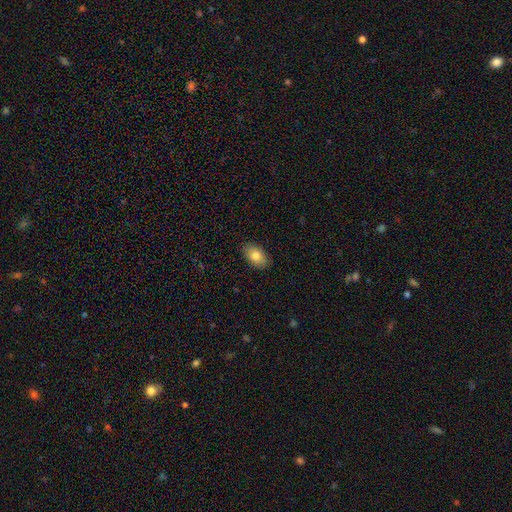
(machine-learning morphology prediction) Smooth or featured: smooth — 82% (featured or disk — 11%)
How rounded: in between — 92% (round — 7%)
Merging: none — 88% (minor disturbance — 9%)